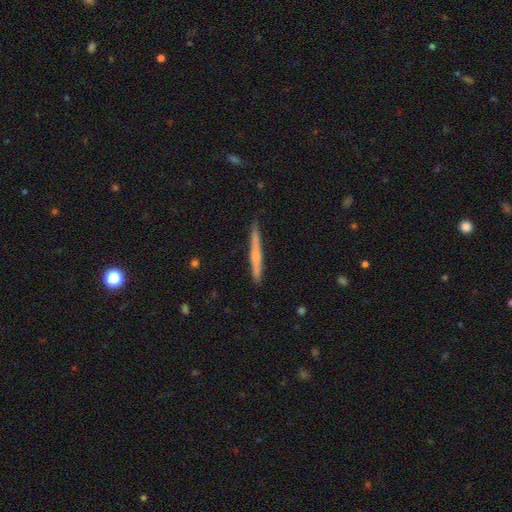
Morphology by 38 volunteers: Smooth or featured? 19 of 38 (50%) said featured or disk. Edge-on disk? 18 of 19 (95%) said yes. Edge-on bulge? 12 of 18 (67%) said rounded. Merging? 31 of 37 (84%) said none.